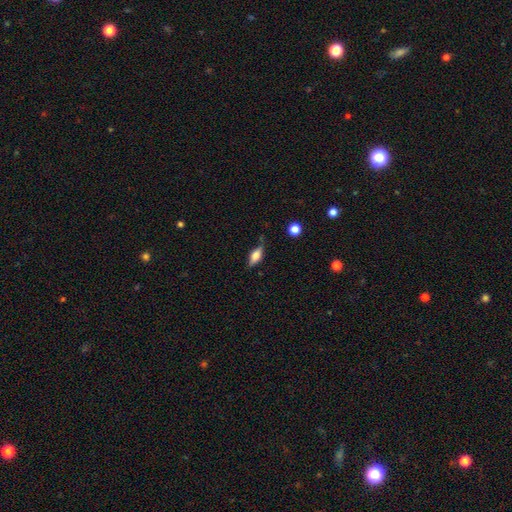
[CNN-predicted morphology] The model was most divided on "smooth or featured": smooth: 55%, featured or disk: 37%, star or artifact: 8%. More confident: how rounded — in between (74%); merging — none (68%).